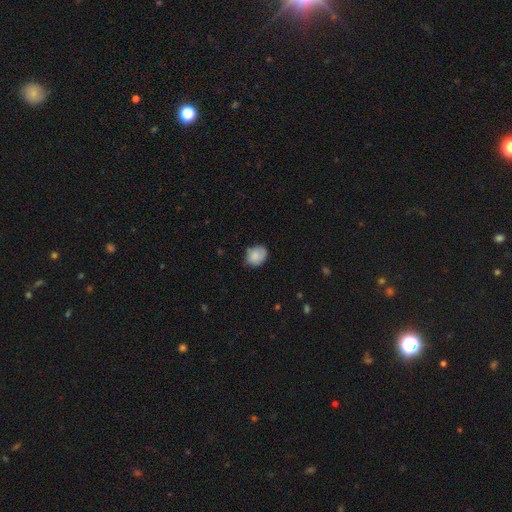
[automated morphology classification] A smooth galaxy with no disk features (83%) that is in between round and cigar-shaped (50%).

Vote fractions:
- Smooth or featured? smooth: 83% / featured or disk: 9% / star or artifact: 8%
- How rounded? in between: 50% / round: 49% / cigar-shaped: 1%
- Merging? none: 69% / minor disturbance: 25% / major disturbance: 5% / merger: 2%